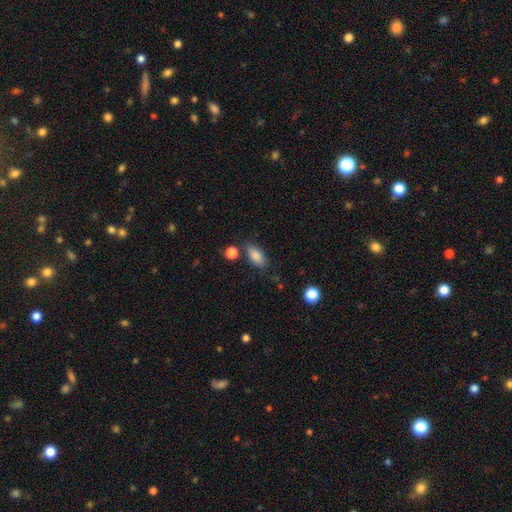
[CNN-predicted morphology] Overall: smooth (85%). How rounded: in between (85%). Merging: none (75%).